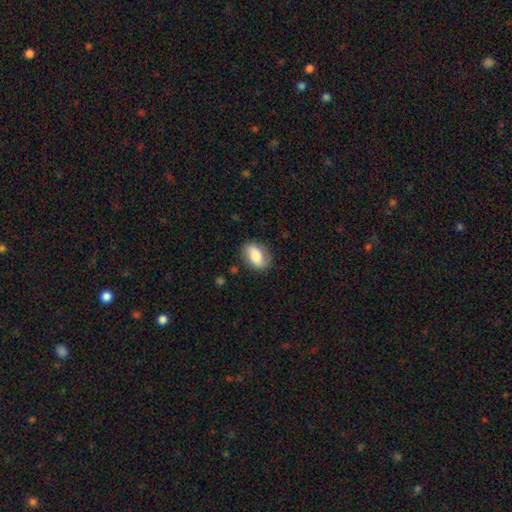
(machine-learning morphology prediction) smooth 68%, featured or disk 25%, star or artifact 7%. Down the decision tree: how rounded — in between (85%); merging — none (80%).